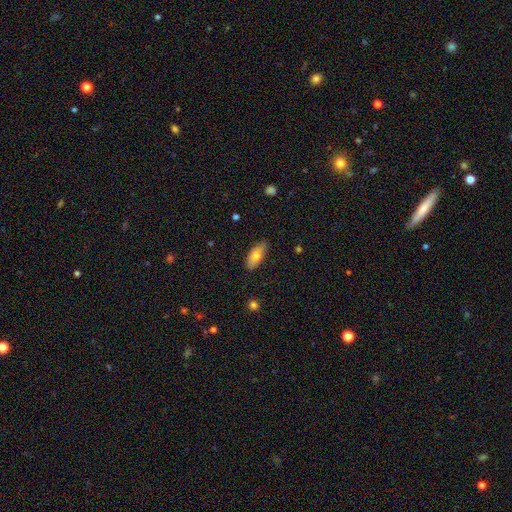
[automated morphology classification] Smooth or featured?
  - smooth: 73% *
  - featured or disk: 20%
  - star or artifact: 6%
How rounded?
  - in between: 89% *
  - cigar-shaped: 9%
  - round: 3%
Merging?
  - none: 82% *
  - minor disturbance: 15%
  - major disturbance: 2%
  - merger: 1%